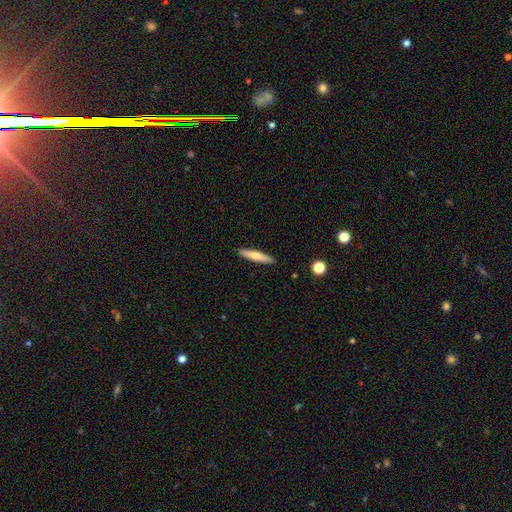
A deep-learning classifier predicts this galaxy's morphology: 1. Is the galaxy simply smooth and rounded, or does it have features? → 66% smooth, 28% featured or disk, 6% star or artifact.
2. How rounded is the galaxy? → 88% cigar-shaped, 11% in between, 1% round.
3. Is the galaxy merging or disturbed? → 91% none, 7% minor disturbance, 1% major disturbance, 1% merger.